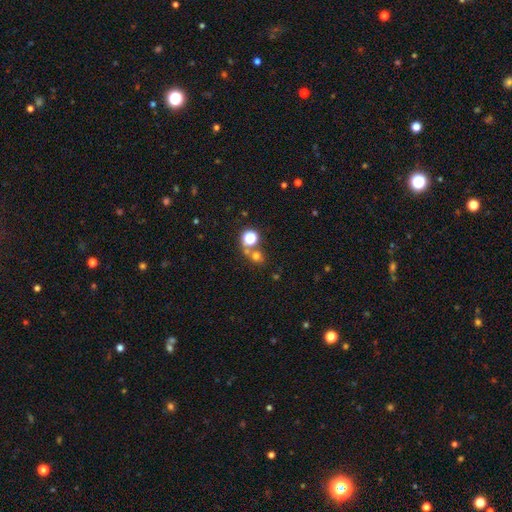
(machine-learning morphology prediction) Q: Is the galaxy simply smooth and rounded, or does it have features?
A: smooth — 62%.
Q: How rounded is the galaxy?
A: round — 85%.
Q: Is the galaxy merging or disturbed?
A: none — 61%.